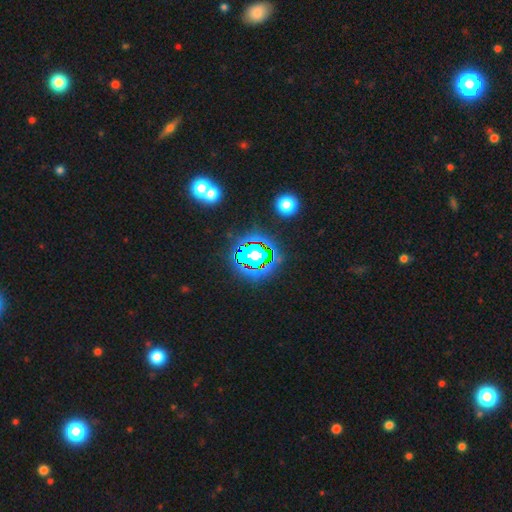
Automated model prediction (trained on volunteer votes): The model was most divided on "smooth or featured": star or artifact: 65%, smooth: 20%, featured or disk: 15%.